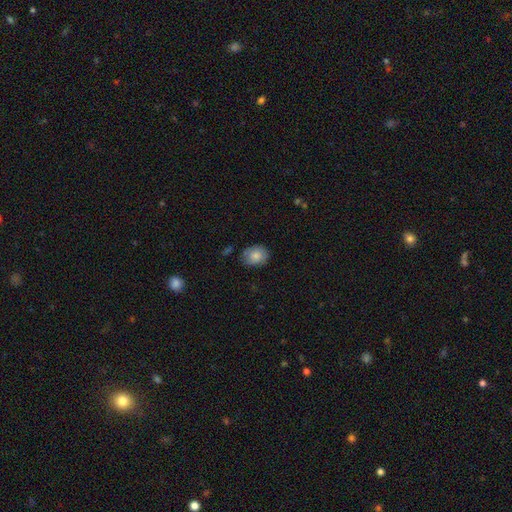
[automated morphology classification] A smooth galaxy with no disk features (81%) that is round (54%). Merging: none (75%).